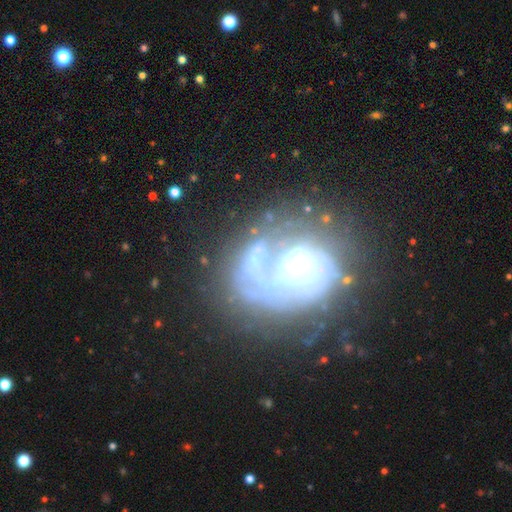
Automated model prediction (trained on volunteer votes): Morphology: type=featured or disk (65%); edge-on=no (97%); bar=no (73%); spiral arms=no (59%); bulge=moderate (34%); merging=none (48%).